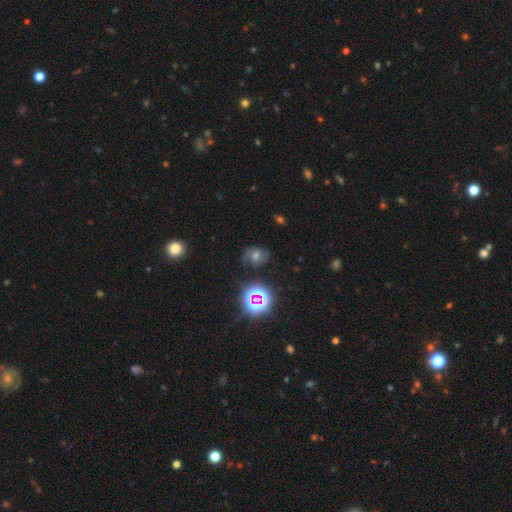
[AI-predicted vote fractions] This appears to be a star or artifact, not a galaxy (38%).